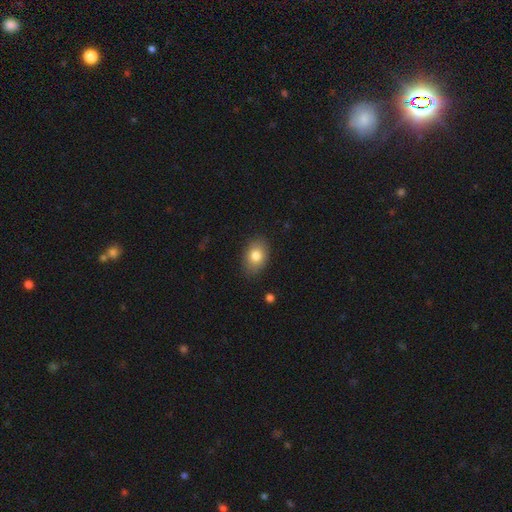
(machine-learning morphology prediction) smooth_or_featured: smooth (p=0.81) [alt: featured or disk p=0.11]
how_rounded: in between (p=0.81) [alt: round p=0.17]
merging: none (p=0.85) [alt: minor disturbance p=0.11]